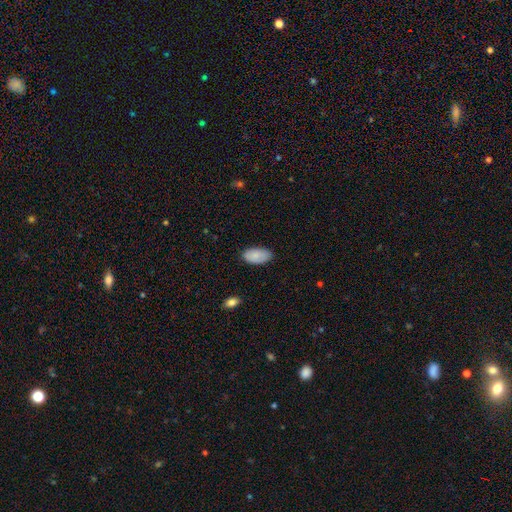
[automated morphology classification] Overall: smooth (84%). How rounded: in between (95%). Merging: none (81%).